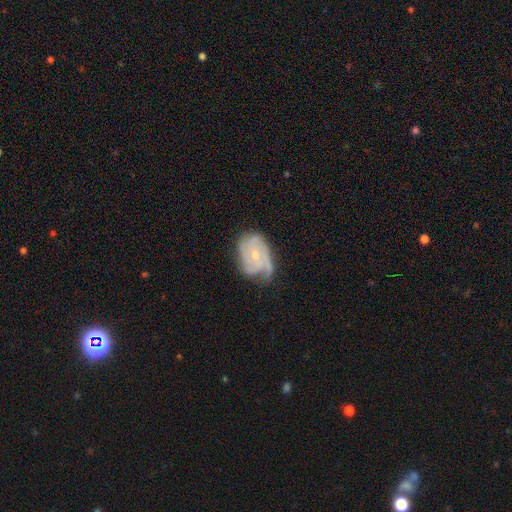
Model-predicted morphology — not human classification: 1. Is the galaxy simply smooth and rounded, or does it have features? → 75% featured or disk, 18% smooth, 7% star or artifact.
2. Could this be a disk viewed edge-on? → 97% no, 3% yes.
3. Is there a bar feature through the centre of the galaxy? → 72% no, 24% weak, 4% strong.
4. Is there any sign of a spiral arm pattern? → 91% yes, 9% no.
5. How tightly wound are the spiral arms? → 49% tight, 37% medium, 14% loose.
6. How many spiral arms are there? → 31% 3, 28% can't tell, 19% 2, 11% 4, 7% 1, 4% more than 4.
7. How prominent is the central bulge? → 65% small, 31% moderate, 2% none, 1% large, 1% dominant.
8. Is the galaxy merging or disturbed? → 47% none, 33% minor disturbance, 18% major disturbance, 2% merger.